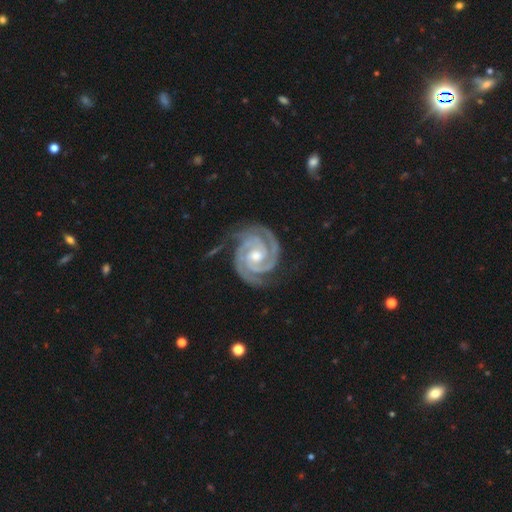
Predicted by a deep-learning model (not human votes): Overall: featured or disk (95%). Edge-on disk: no (98%). Bar: no (53%; weak 30%). Spiral arms: yes (99%). Spiral arm count: 2 (63%; 3 25%). Spiral winding: tight (80%). Bulge size: moderate (70%). Merging: none (78%).